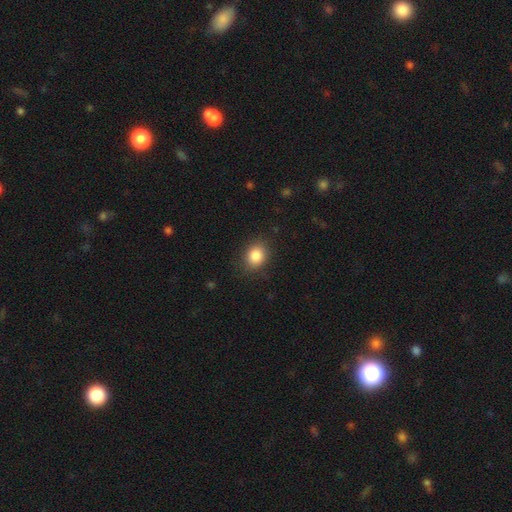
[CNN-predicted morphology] A smooth galaxy with no disk features (86%) that is in between round and cigar-shaped (51%).

Vote fractions:
- Smooth or featured? smooth: 86% / star or artifact: 9% / featured or disk: 5%
- How rounded? in between: 51% / round: 48% / cigar-shaped: 1%
- Merging? none: 85% / minor disturbance: 11% / major disturbance: 3% / merger: 1%